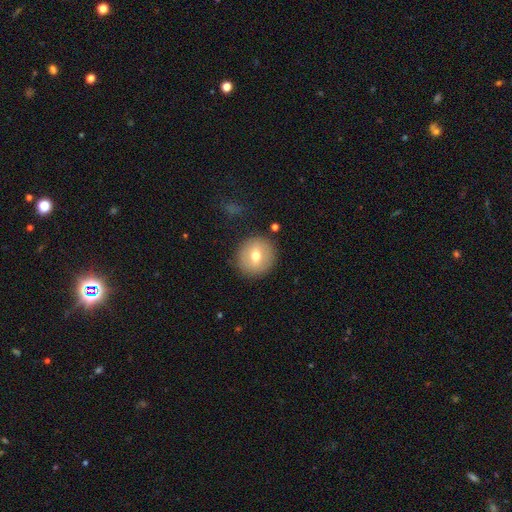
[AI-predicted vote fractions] Smooth or featured?
  - smooth: 65% *
  - featured or disk: 27%
  - star or artifact: 8%
How rounded?
  - round: 91% *
  - in between: 8%
  - cigar-shaped: 1%
Merging?
  - none: 88% *
  - minor disturbance: 8%
  - major disturbance: 3%
  - merger: 2%